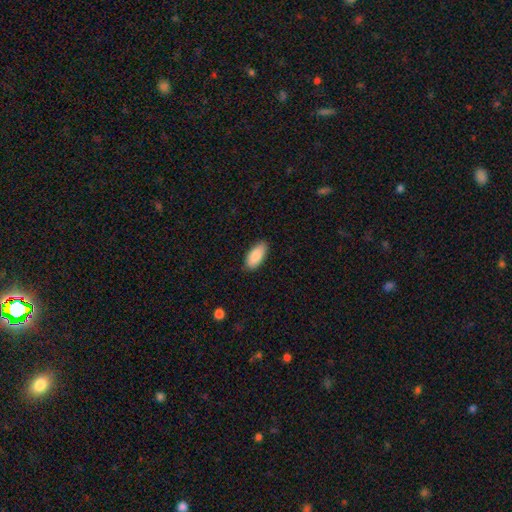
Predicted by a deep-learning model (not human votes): Overall: smooth (88%). How rounded: in between (90%). Merging: none (86%).